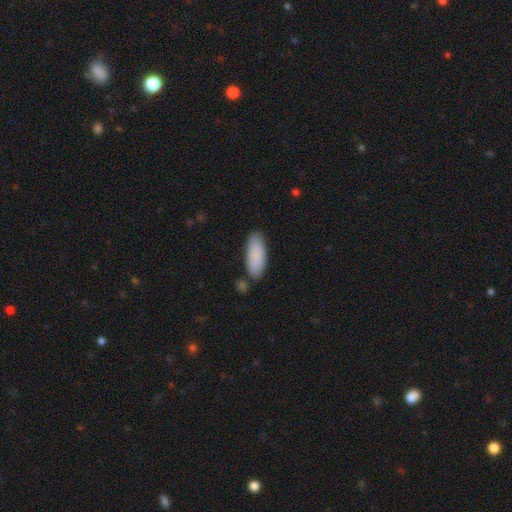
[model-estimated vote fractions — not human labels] This appears to be a smooth galaxy with no disk features (88%) that is in between round and cigar-shaped (75%). Merging: none (78%).